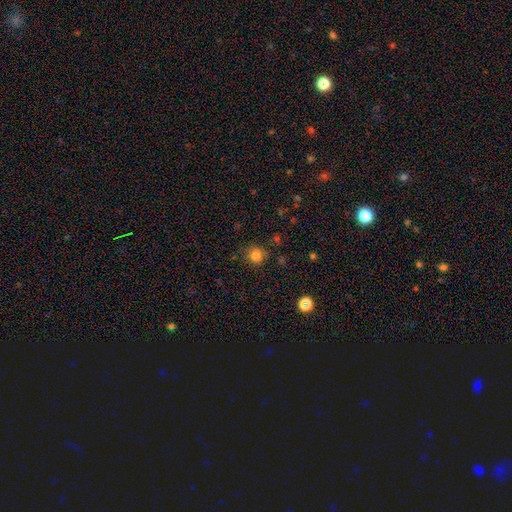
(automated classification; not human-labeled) This appears to be a smooth galaxy with no disk features (79%) that is round (85%). Merging: none (80%).